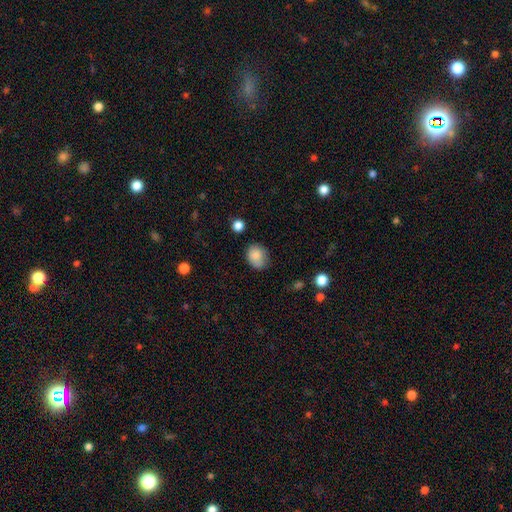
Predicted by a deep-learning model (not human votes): smooth-or-featured: smooth: 84% | star or artifact: 9% | featured or disk: 7%
  how-rounded: in between: 50% (tied) | round: 50% (tied) | cigar-shaped: 1%
  merging: none: 62% | minor disturbance: 28% | major disturbance: 7% | merger: 3%